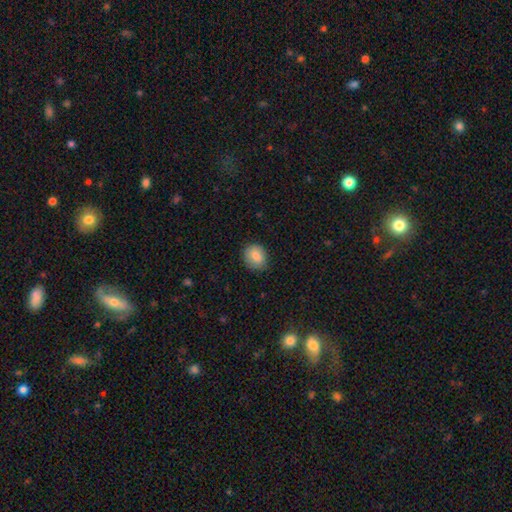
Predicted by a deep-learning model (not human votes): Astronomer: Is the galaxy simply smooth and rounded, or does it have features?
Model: smooth — 86%.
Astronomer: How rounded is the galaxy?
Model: round — 61% (runner-up: in between, 38%).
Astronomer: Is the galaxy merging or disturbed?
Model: none — 83%.